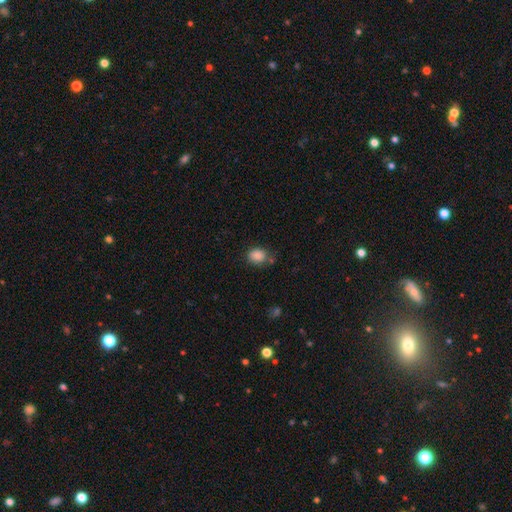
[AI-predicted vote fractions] Q: Smooth or featured?
A: smooth (86%); runner-up: star or artifact (9%)
Q: How rounded?
A: in between (53%); runner-up: round (46%)
Q: Merging?
A: none (71%); runner-up: minor disturbance (18%)